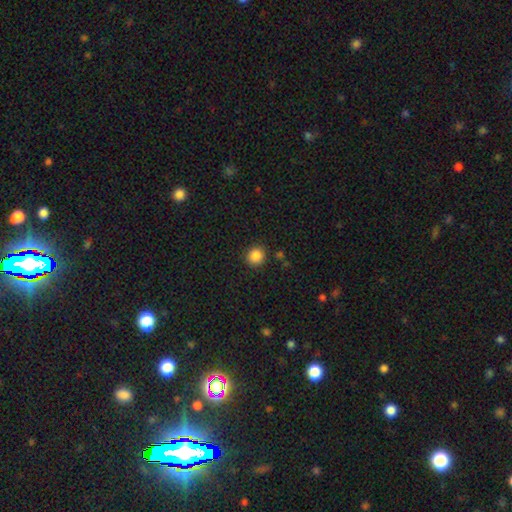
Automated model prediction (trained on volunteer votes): This appears to be a smooth galaxy with no disk features (86%) that is round (90%). Merging: none (88%).